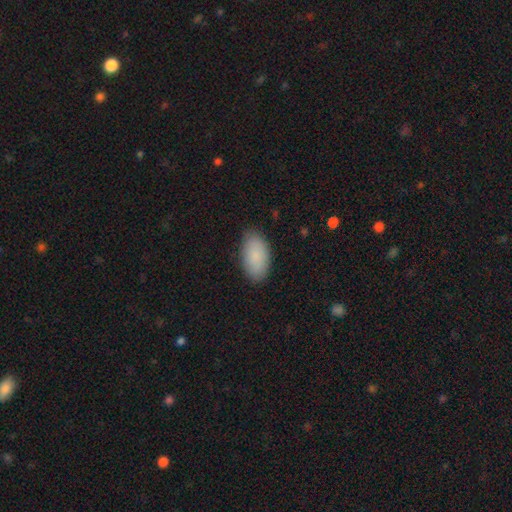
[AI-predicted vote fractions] This is clearly a smooth galaxy (88%). How rounded: clearly in between (95%). Merging: clearly none (85%).